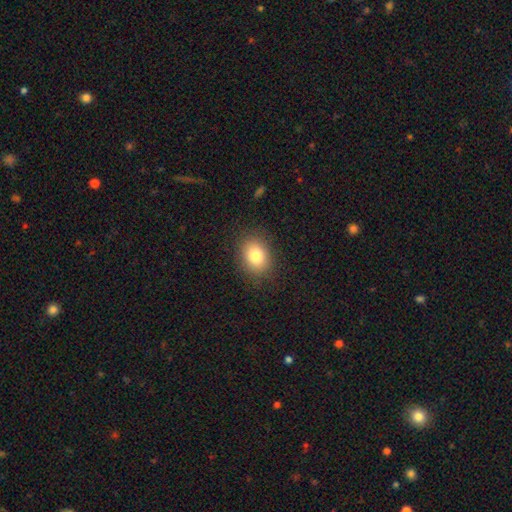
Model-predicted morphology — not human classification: Smooth or featured: smooth — 82% (star or artifact — 10%)
How rounded: in between — 60% (round — 39%)
Merging: none — 86% (minor disturbance — 10%)